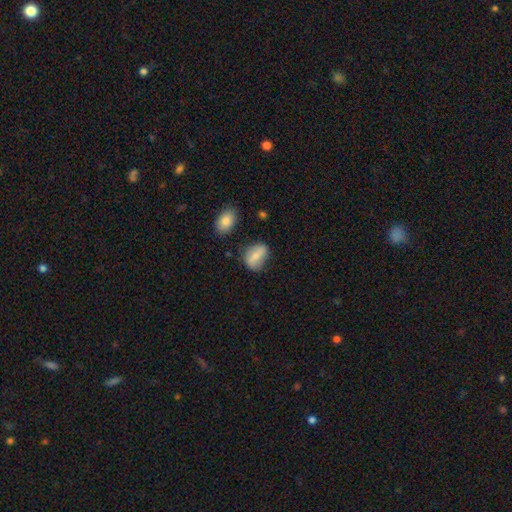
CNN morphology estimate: smooth_or_featured: smooth (p=0.67) [alt: featured or disk p=0.24]
how_rounded: in between (p=0.77) [alt: round p=0.19]
merging: none (p=0.66) [alt: minor disturbance p=0.23]